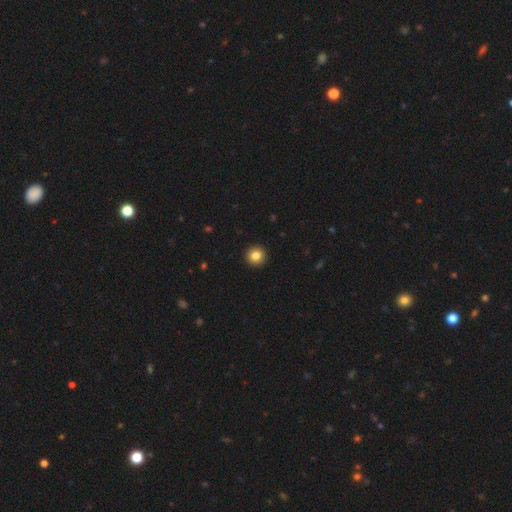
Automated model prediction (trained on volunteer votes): smooth_or_featured: smooth (p=0.84) [alt: star or artifact p=0.10]
how_rounded: round (p=0.96) [alt: in between p=0.03]
merging: none (p=0.94) [alt: minor disturbance p=0.04]